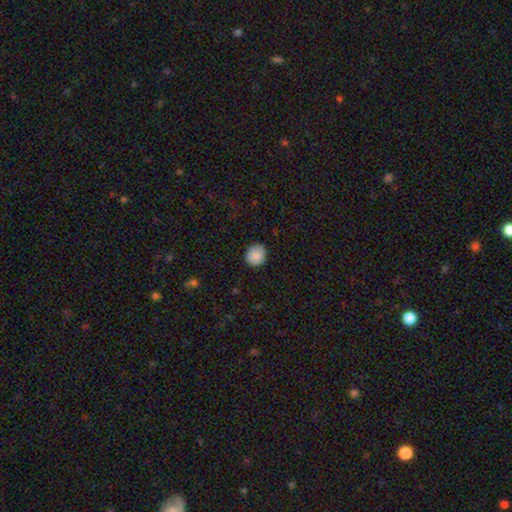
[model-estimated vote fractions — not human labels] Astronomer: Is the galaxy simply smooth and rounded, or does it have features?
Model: smooth — 88%.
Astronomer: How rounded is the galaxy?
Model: round — 83%.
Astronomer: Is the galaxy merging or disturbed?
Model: none — 85%.